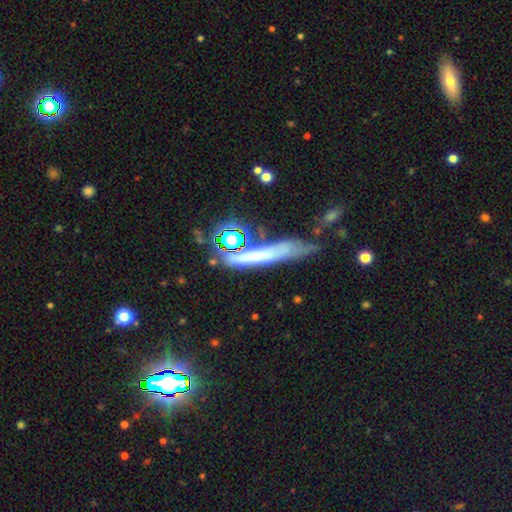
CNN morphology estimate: smooth-or-featured: smooth: 49% | featured or disk: 31% | star or artifact: 20%
  merging: none: 54% | minor disturbance: 22% | major disturbance: 12% | merger: 11%